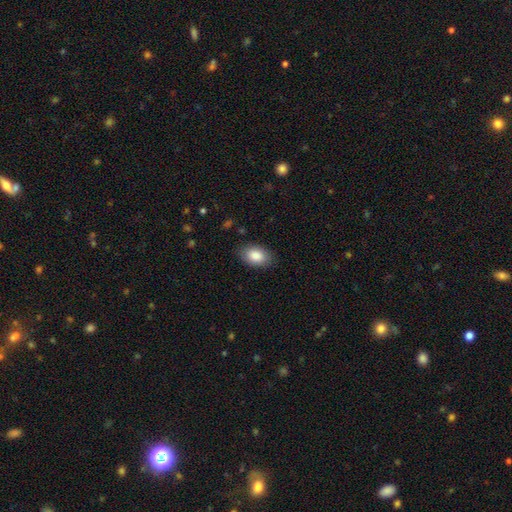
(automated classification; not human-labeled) A smooth galaxy with no disk features (87%) that is in between round and cigar-shaped (90%).

Vote fractions:
- Smooth or featured? smooth: 87% / star or artifact: 7% / featured or disk: 6%
- How rounded? in between: 90% / round: 9% / cigar-shaped: 1%
- Merging? none: 85% / minor disturbance: 11% / major disturbance: 3% / merger: 1%